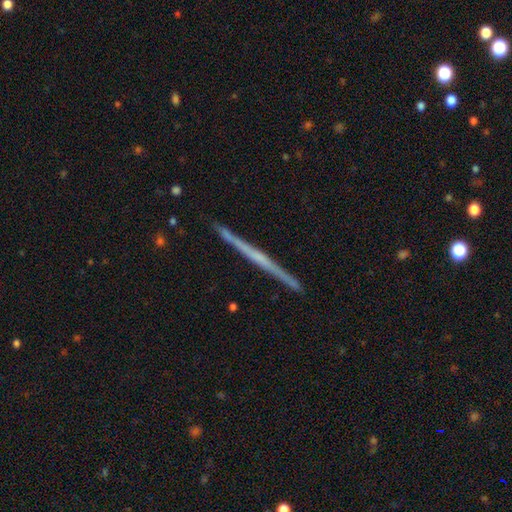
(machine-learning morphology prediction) smooth-or-featured: featured or disk: 73% | smooth: 21% | star or artifact: 6%
  disk-edge-on: yes: 98% | no: 2%
    edge-on-bulge: none: 66% | rounded: 27% | boxy: 8%
  merging: none: 92% | minor disturbance: 6% | major disturbance: 1% | merger: 1%